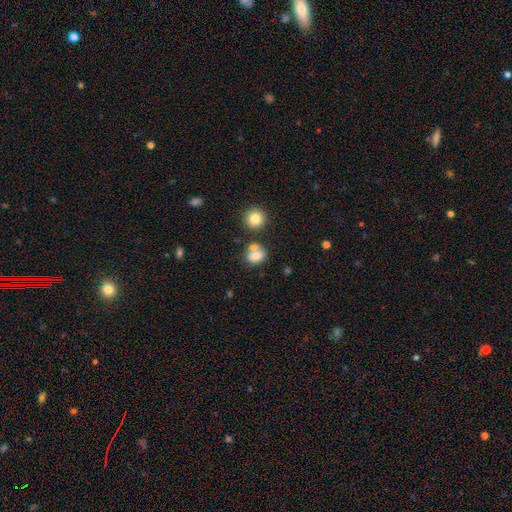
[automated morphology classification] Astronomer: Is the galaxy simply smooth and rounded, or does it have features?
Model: smooth — 76%.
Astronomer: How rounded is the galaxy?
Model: round — 60% (runner-up: in between, 39%).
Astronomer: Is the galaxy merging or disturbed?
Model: none — 47% (runner-up: merger, 35%).